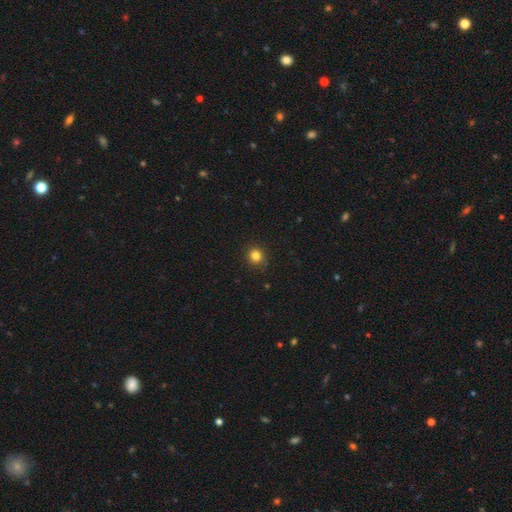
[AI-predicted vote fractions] This appears to be a smooth galaxy with no disk features (83%) that is round (91%). Merging: none (89%).